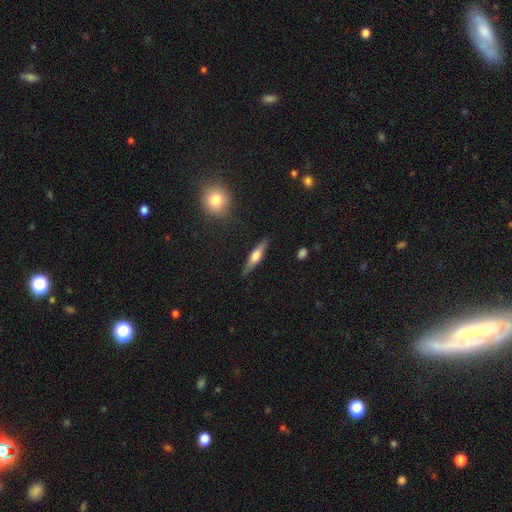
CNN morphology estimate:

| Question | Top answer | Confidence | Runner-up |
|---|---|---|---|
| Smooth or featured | featured or disk | 50% | smooth (44%) |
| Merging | none | 86% | minor disturbance (10%) |